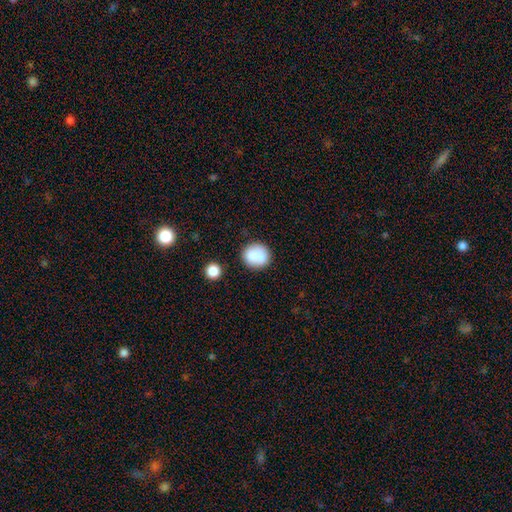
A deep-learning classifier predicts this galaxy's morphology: Q: Smooth or featured?
A: smooth (79%); runner-up: featured or disk (12%)
Q: How rounded?
A: round (85%); runner-up: in between (14%)
Q: Merging?
A: none (63%); runner-up: merger (20%)